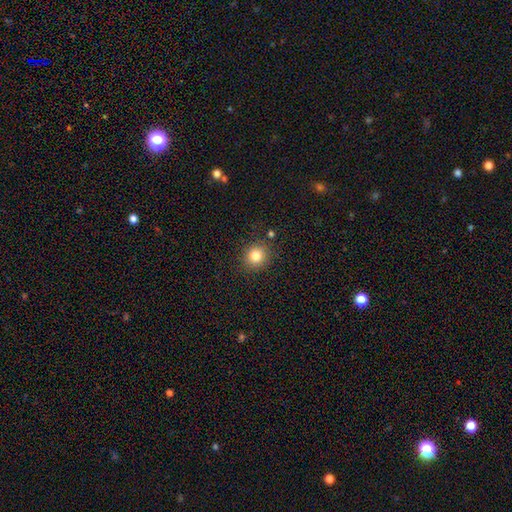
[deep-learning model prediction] A smooth galaxy with no disk features (82%) that is round (85%). Merging: none (87%).